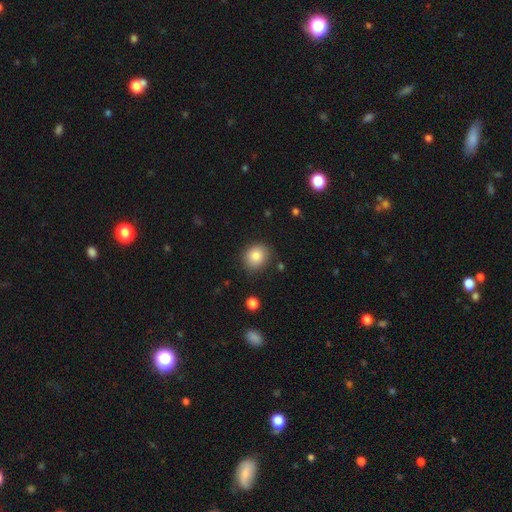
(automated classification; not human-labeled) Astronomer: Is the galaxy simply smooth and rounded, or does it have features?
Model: smooth — 84%.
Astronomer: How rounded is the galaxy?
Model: round — 71%.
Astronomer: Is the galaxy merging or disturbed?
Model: none — 83%.